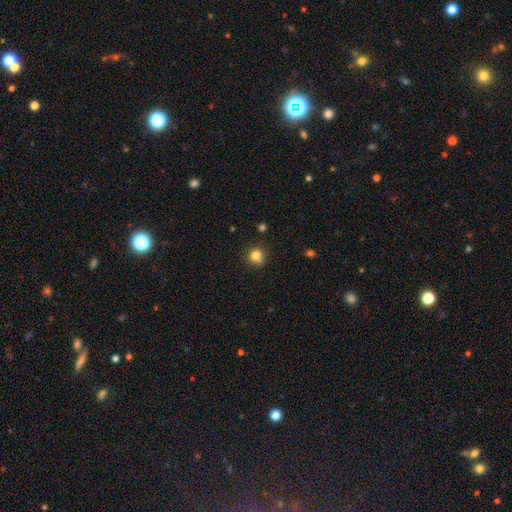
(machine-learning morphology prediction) type=smooth (82%); roundness=round (86%); merging=none (78%).